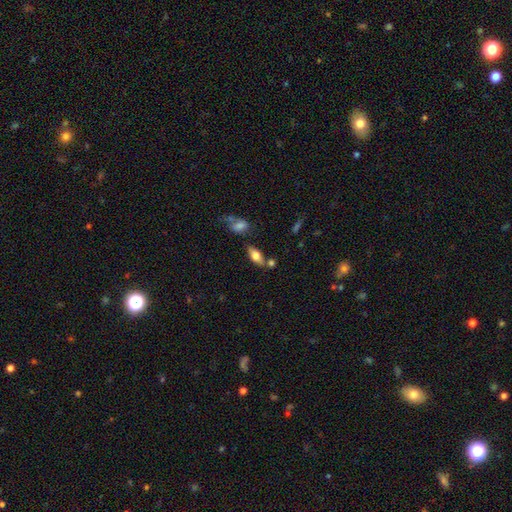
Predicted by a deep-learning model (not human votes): Smooth or featured? smooth (69%)
How rounded? in between (82%)
Merging? none (63%)